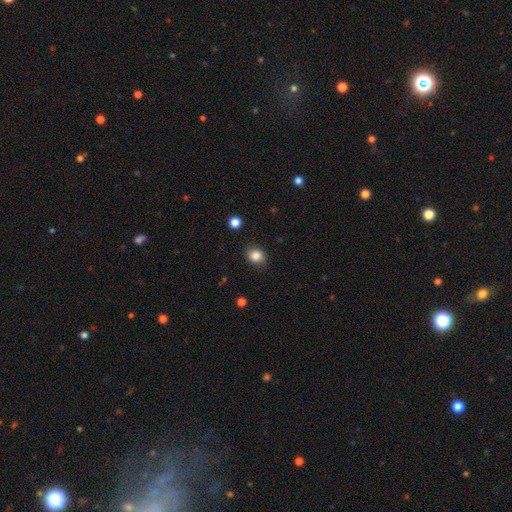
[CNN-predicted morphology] A smooth galaxy with no disk features (84%) that is round (68%). Merging: none (83%).